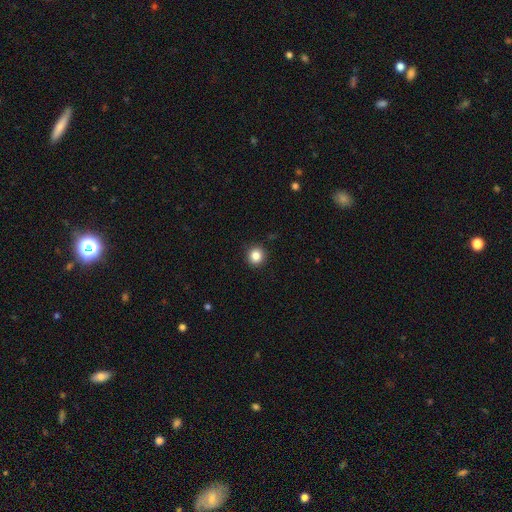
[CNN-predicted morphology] type=smooth (84%); roundness=round (93%); merging=none (92%).